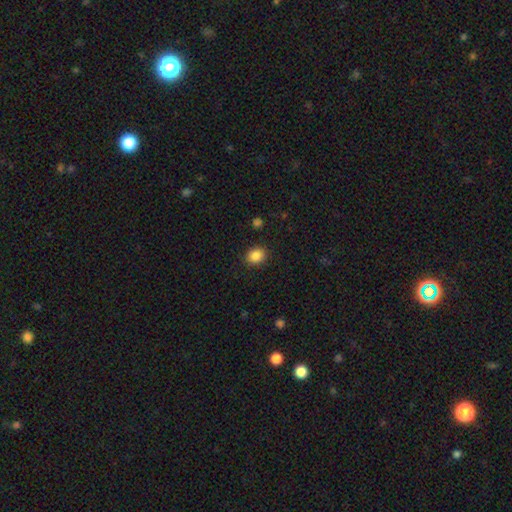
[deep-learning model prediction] Smooth or featured: smooth — 87% (star or artifact — 9%)
How rounded: round — 52% (in between — 48%)
Merging: none — 89% (minor disturbance — 8%)